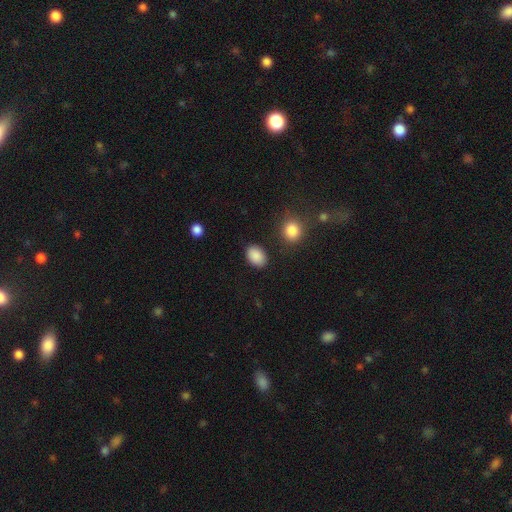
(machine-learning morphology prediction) smooth 89%, star or artifact 8%, featured or disk 4%. Down the decision tree: how rounded — in between (84%); merging — none (86%).